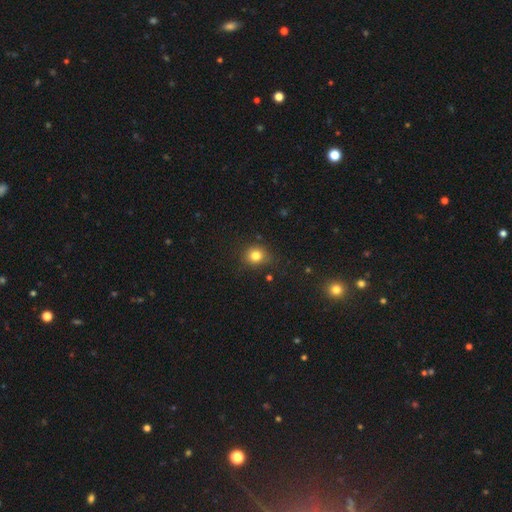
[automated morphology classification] The model was most divided on "merging": none: 77%, minor disturbance: 17%, major disturbance: 4%, merger: 2%. More confident: smooth or featured — smooth (80%); how rounded — round (80%).